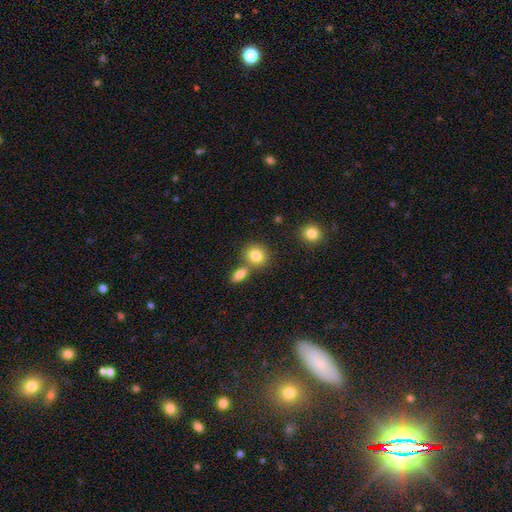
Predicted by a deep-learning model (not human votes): smooth 82%, star or artifact 9%, featured or disk 9%. Down the decision tree: how rounded — round (74%); merging — none (62%).